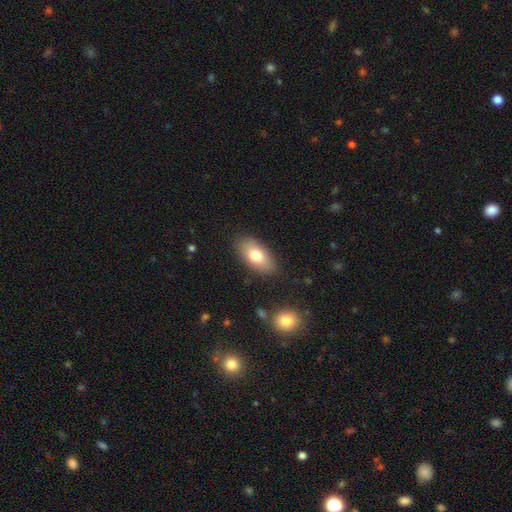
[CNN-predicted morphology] Smooth or featured? smooth (76%)
How rounded? in between (91%)
Merging? none (84%)